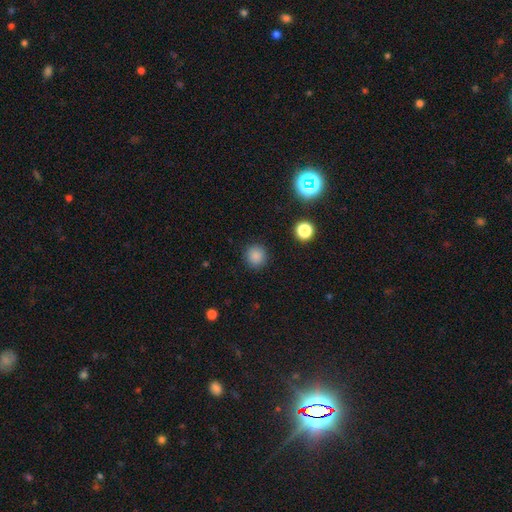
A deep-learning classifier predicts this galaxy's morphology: Smooth or featured? smooth (84%)
How rounded? round (93%)
Merging? none (90%)